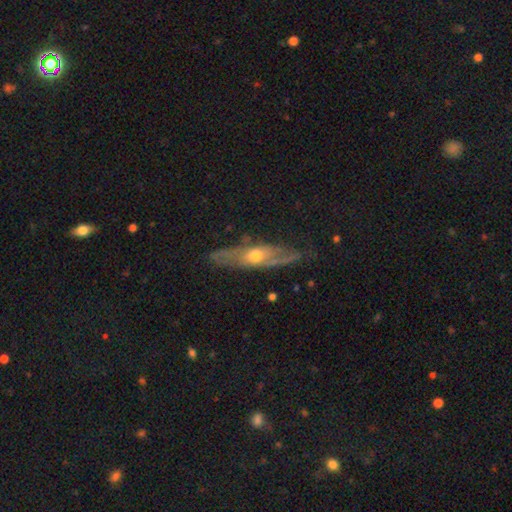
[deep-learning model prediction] Smooth or featured: featured or disk — 73% (smooth — 21%)
Edge-on disk: no — 50% (tied with yes — 50%)
Merging: none — 71% (minor disturbance — 20%)